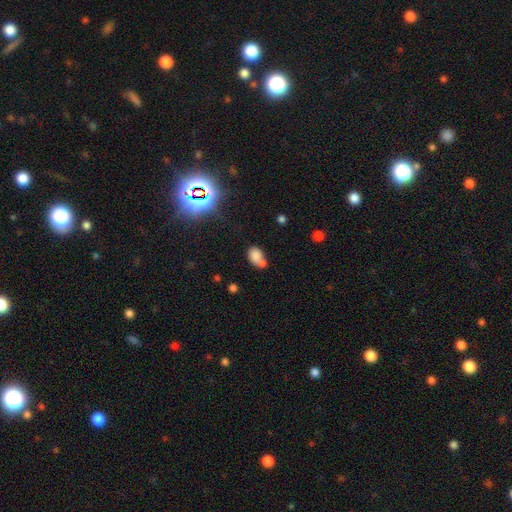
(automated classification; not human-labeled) This appears to be a smooth galaxy with no disk features (76%) that is in between round and cigar-shaped (66%). Merging: merger (45%).